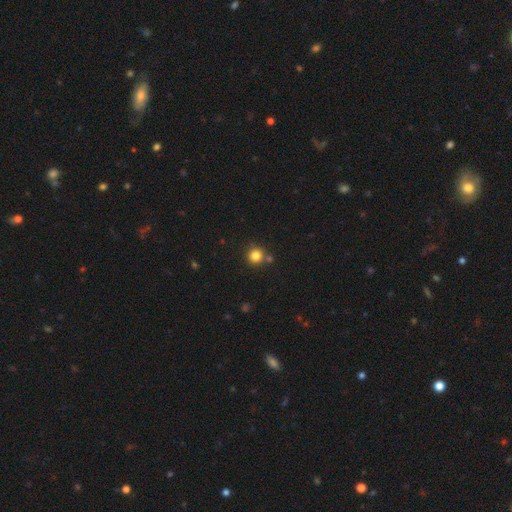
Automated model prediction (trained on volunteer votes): smooth-or-featured: smooth: 82% | star or artifact: 12% | featured or disk: 5%
  how-rounded: round: 92% | in between: 7% | cigar-shaped: 1%
  merging: none: 76% | merger: 12% | minor disturbance: 9% | major disturbance: 3%